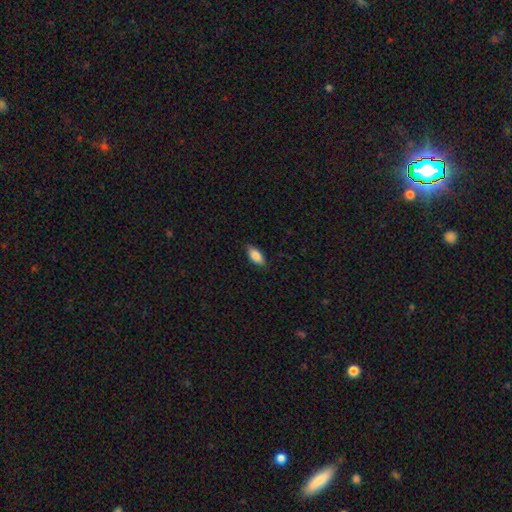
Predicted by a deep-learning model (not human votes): Smooth or featured?
  - smooth: 86% *
  - featured or disk: 7%
  - star or artifact: 6%
How rounded?
  - in between: 87% *
  - cigar-shaped: 11%
  - round: 2%
Merging?
  - none: 85% *
  - minor disturbance: 12%
  - major disturbance: 2%
  - merger: 1%